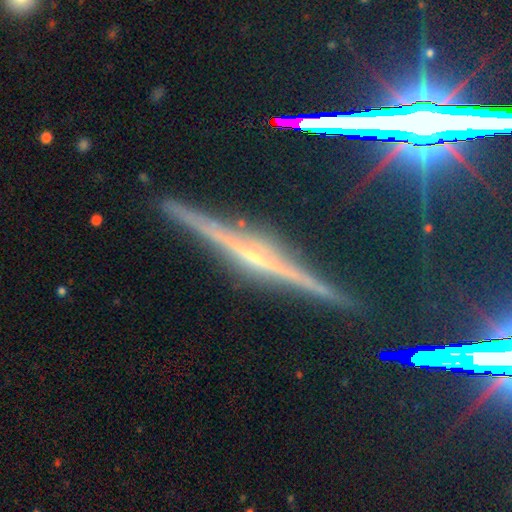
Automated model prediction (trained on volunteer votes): featured or disk 77%, star or artifact 15%, smooth 8%. Down the decision tree: edge-on disk — yes (98%); edge-on bulge — rounded (62%); merging — none (88%).